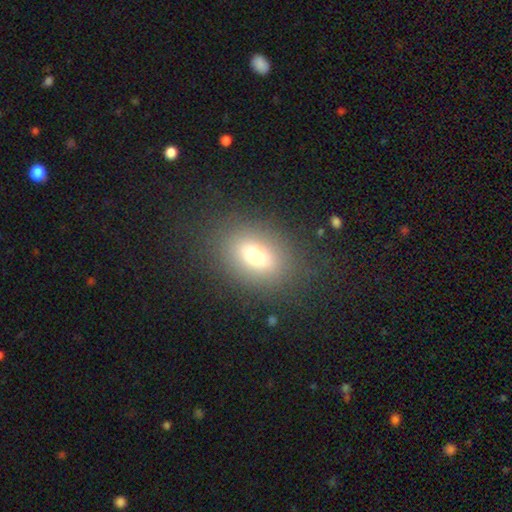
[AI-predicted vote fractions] smooth-or-featured: smooth: 69% | star or artifact: 16% | featured or disk: 15%
  how-rounded: in between: 64% | round: 34% | cigar-shaped: 2%
  merging: none: 81% | minor disturbance: 10% | major disturbance: 8% | merger: 1%